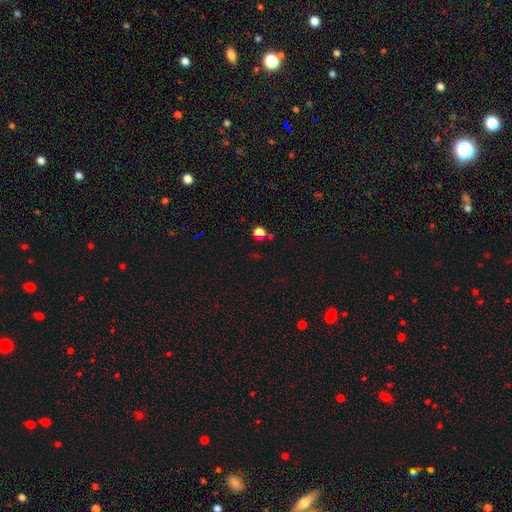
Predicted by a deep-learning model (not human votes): Smooth or featured: star or artifact — 56% (smooth — 37%)